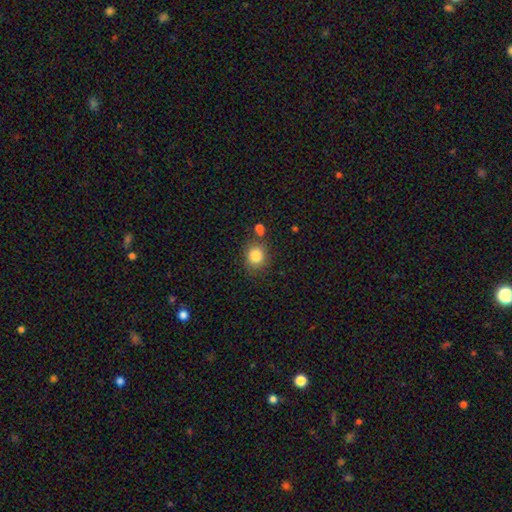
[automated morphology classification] Smooth or featured? Predicted: smooth (p=0.84). How rounded? Predicted: round (p=0.78). Merging? Predicted: none (p=0.75).